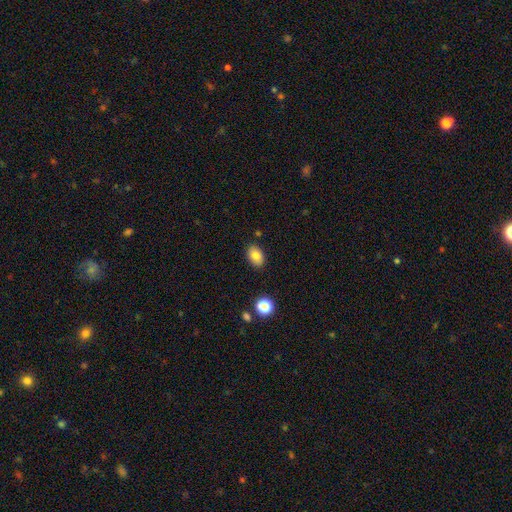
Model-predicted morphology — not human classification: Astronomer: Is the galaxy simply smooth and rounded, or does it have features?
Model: smooth — 82%.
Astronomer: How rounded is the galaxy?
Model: in between — 85%.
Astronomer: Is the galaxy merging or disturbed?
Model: none — 86%.